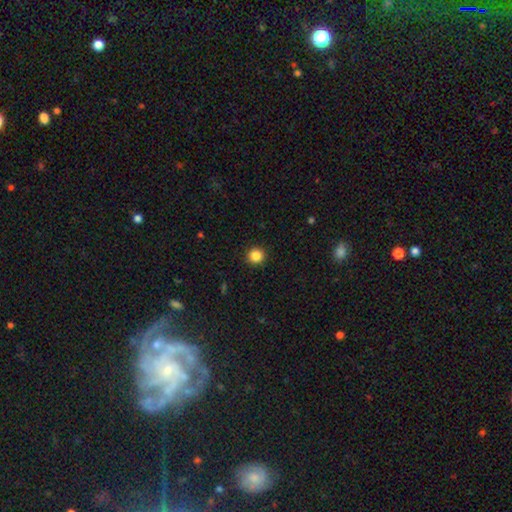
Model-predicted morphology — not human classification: Smooth or featured? smooth (85%)
How rounded? round (94%)
Merging? none (93%)